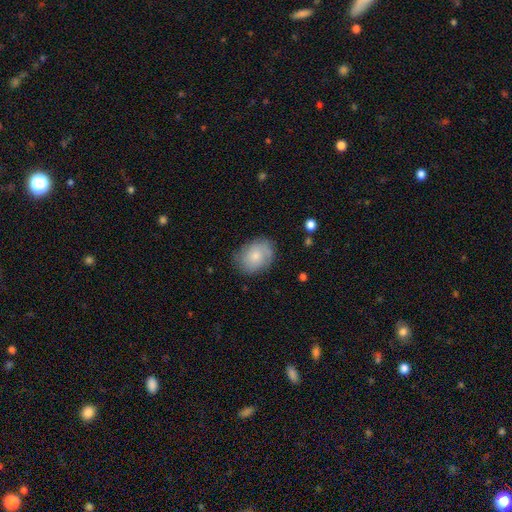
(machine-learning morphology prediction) Smooth or featured?
  - smooth: 66% *
  - featured or disk: 27%
  - star or artifact: 7%
How rounded?
  - in between: 61% *
  - round: 39%
  - cigar-shaped: 1%
Merging?
  - none: 74% *
  - minor disturbance: 20%
  - major disturbance: 5%
  - merger: 1%